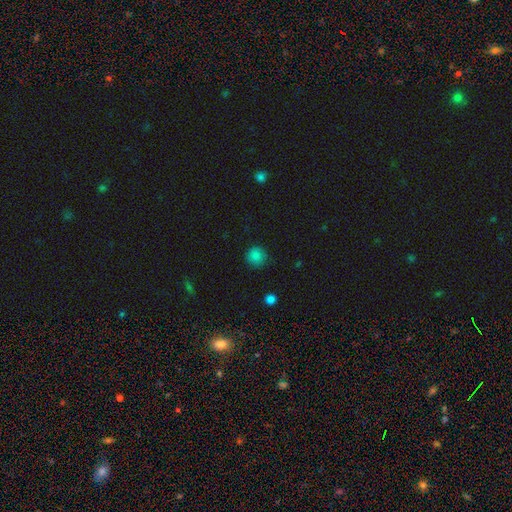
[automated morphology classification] Smooth or featured? Predicted: smooth (p=0.83). How rounded? Predicted: round (p=0.93). Merging? Predicted: none (p=0.87).